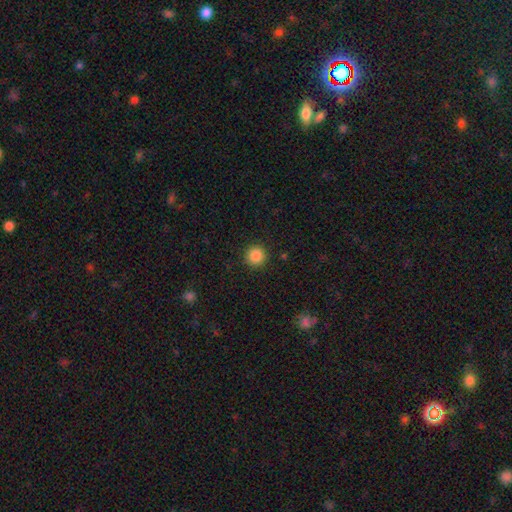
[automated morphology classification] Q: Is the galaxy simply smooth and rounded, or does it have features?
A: smooth — 87%.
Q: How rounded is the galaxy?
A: round — 95%.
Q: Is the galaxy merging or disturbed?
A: none — 92%.